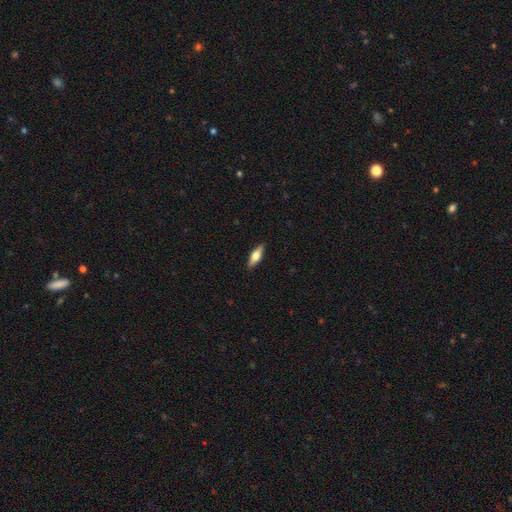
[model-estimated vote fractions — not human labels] Overall: smooth (62%; featured or disk 33%). How rounded: in between (58%; cigar-shaped 40%). Merging: none (89%).